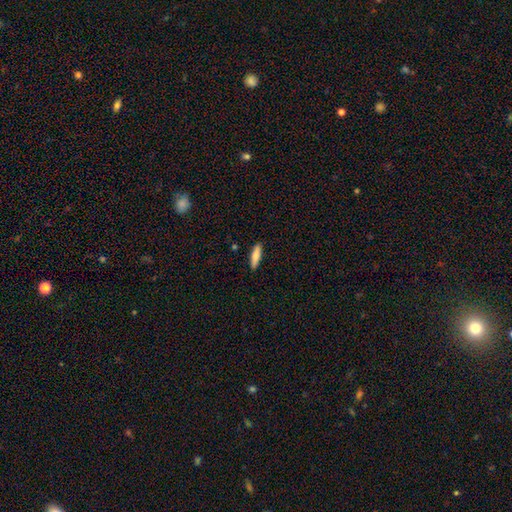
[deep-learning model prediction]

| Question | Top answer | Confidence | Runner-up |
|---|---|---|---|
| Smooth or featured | smooth | 79% | featured or disk (15%) |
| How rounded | cigar-shaped | 65% | in between (33%) |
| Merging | none | 89% | minor disturbance (8%) |